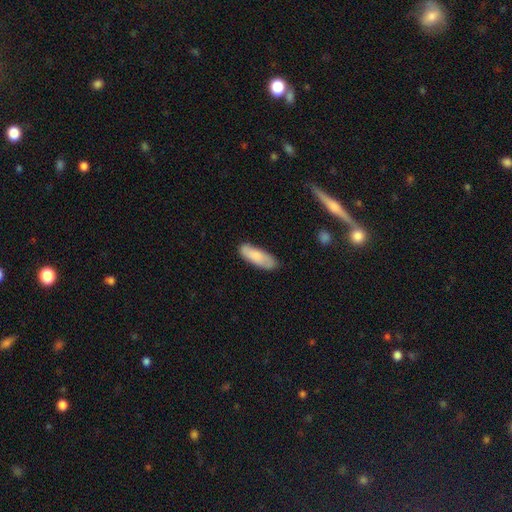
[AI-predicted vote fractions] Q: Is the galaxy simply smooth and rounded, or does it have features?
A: smooth — 82%.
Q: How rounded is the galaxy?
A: in between — 59%.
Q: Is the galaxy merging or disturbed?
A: none — 79%.